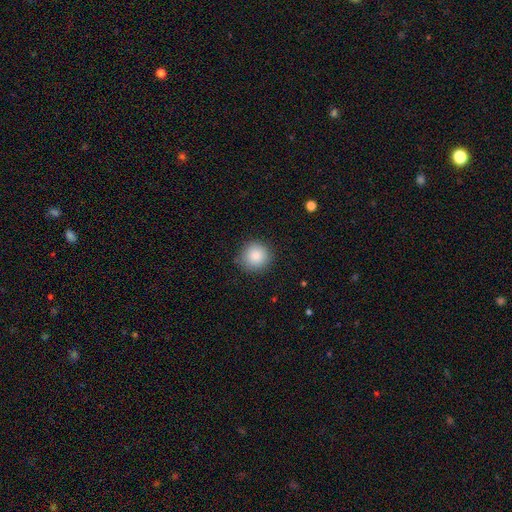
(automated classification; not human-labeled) This appears to be a smooth galaxy with no disk features (86%) that is round (93%). Merging: none (86%).